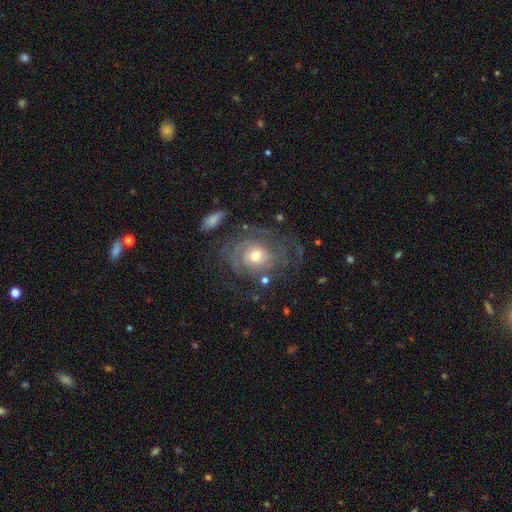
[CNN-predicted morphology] Smooth or featured: featured or disk — 80% (smooth — 13%)
Edge-on disk: no — 97% (yes — 3%)
Bar: no — 76% (weak — 20%)
Spiral arms: yes — 90% (no — 10%)
Spiral winding: tight — 62% (medium — 28%)
Spiral arm count: can't tell — 40% (2 — 22%)
Bulge size: moderate — 58% (small — 34%)
Merging: none — 61% (minor disturbance — 18%)